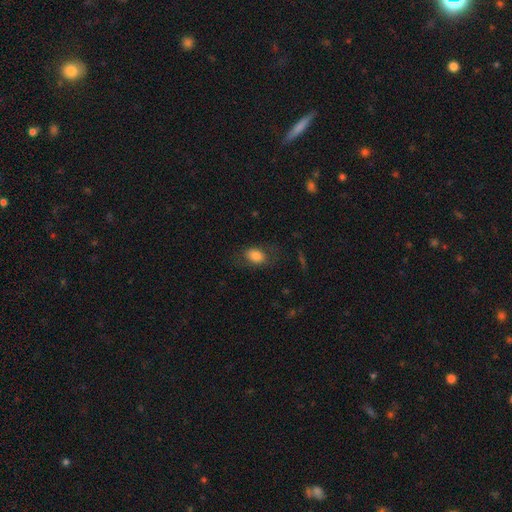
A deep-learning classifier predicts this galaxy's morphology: A smooth galaxy with no disk features (80%) that is in between round and cigar-shaped (79%).

Vote fractions:
- Smooth or featured? smooth: 80% / featured or disk: 12% / star or artifact: 9%
- How rounded? in between: 79% / round: 19% / cigar-shaped: 1%
- Merging? none: 69% / minor disturbance: 18% / major disturbance: 12% / merger: 1%